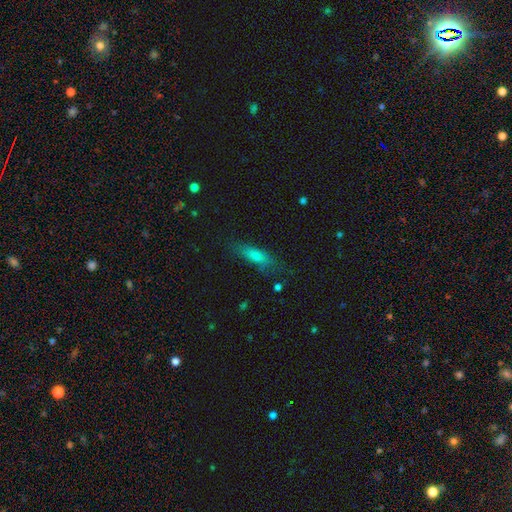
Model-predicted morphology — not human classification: Overall: smooth (68%). How rounded: cigar-shaped (57%; in between 40%). Merging: none (70%).